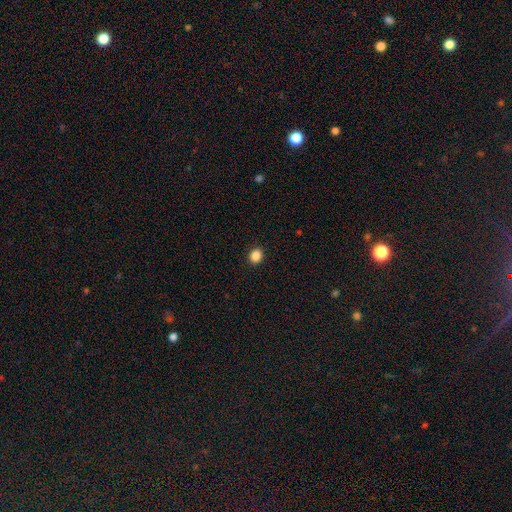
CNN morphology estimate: smooth-or-featured: smooth: 87% | star or artifact: 10% | featured or disk: 3%
  how-rounded: round: 68% | in between: 31% | cigar-shaped: 1%
  merging: none: 92% | minor disturbance: 5% | major disturbance: 2% | merger: 1%